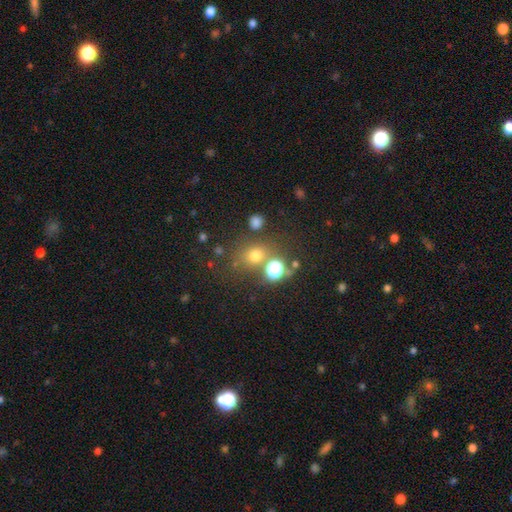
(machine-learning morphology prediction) This appears to be a smooth galaxy with no disk features (66%) that is round (74%). Merging: none (67%).